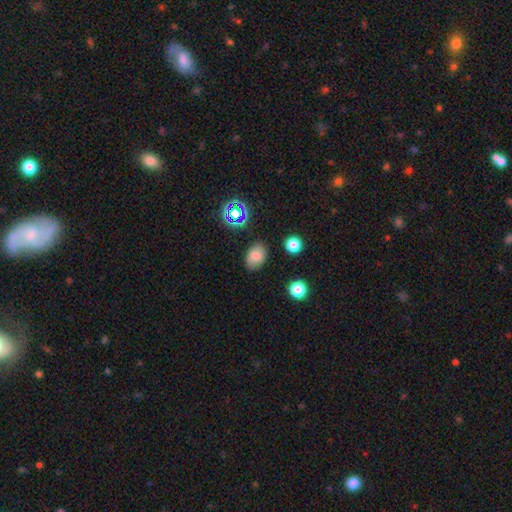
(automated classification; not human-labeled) This is likely a smooth galaxy (73%). How rounded: likely in between (77%). Merging: likely none (80%).